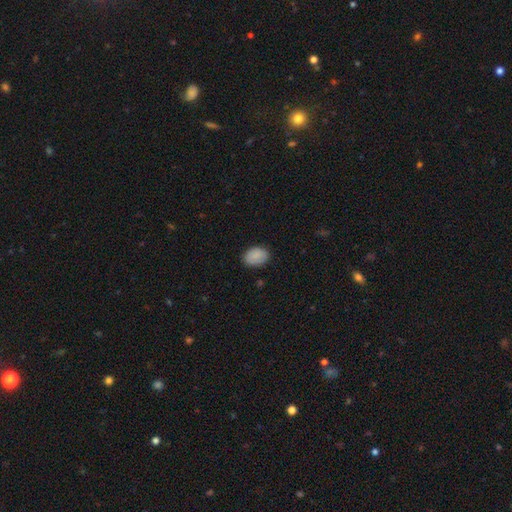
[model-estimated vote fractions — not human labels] Q: Smooth or featured?
A: smooth (88%); runner-up: star or artifact (7%)
Q: How rounded?
A: in between (77%); runner-up: round (22%)
Q: Merging?
A: none (84%); runner-up: minor disturbance (13%)